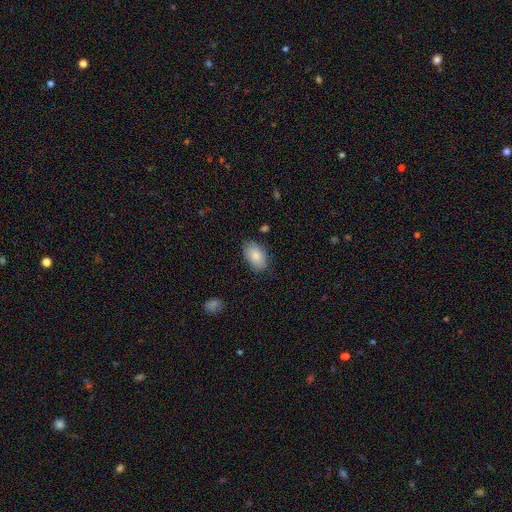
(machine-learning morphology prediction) The model was most divided on "merging": none: 80%, minor disturbance: 15%, major disturbance: 3%, merger: 2%. More confident: how rounded — in between (92%); smooth or featured — smooth (85%).